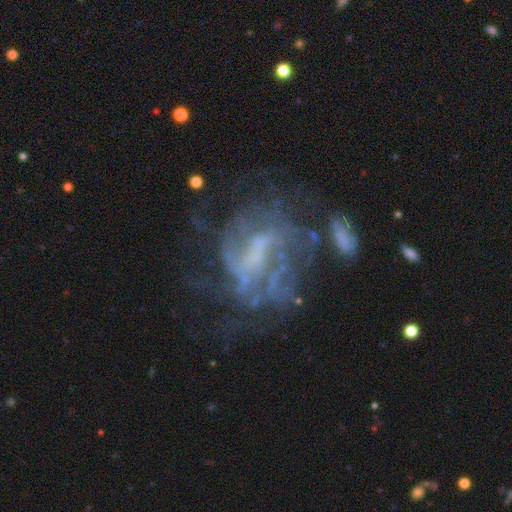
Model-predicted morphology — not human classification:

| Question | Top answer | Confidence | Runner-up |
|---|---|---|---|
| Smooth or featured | featured or disk | 74% | star or artifact (13%) |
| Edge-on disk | no | 97% | yes (3%) |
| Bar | weak | 42% | no (38%) |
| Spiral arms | yes | 61% | no (39%) |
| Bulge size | none | 52% | small (27%) |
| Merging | none | 41% | major disturbance (31%) |